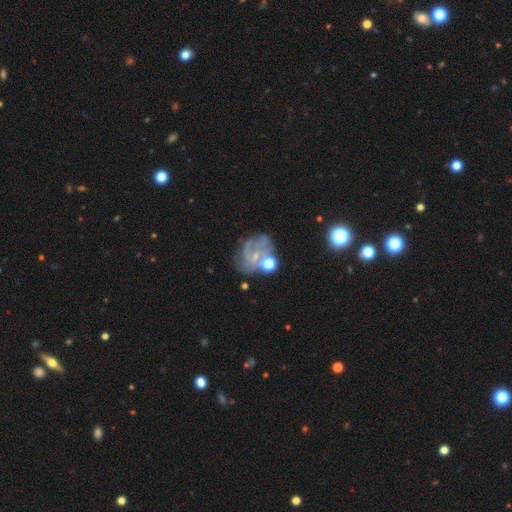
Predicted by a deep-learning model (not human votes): A featured or disk galaxy (62%) with no bar (68%), spiral arms (69%) and a small central bulge (60%). Merging: none (46%).